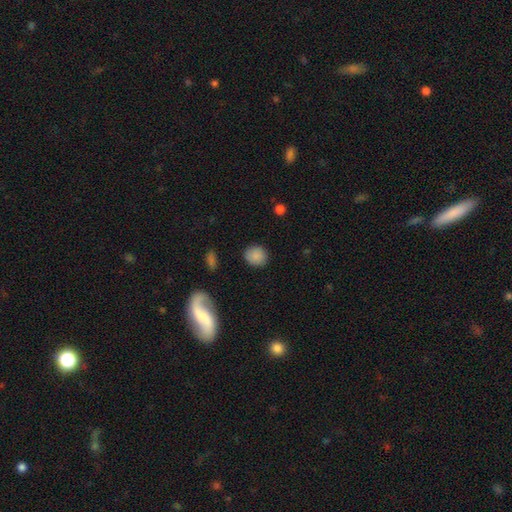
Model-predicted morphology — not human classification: Smooth or featured? Predicted: smooth (p=0.82). How rounded? Predicted: round (p=0.75). Merging? Predicted: none (p=0.85).